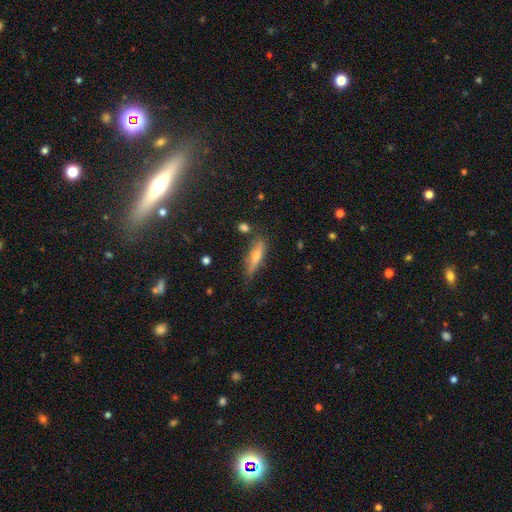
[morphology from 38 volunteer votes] This is possibly a featured or disk galaxy (50%). It is clearly viewed edge-on (95%). Edge-on bulge: clearly rounded (94%). Merging: likely none (78%).